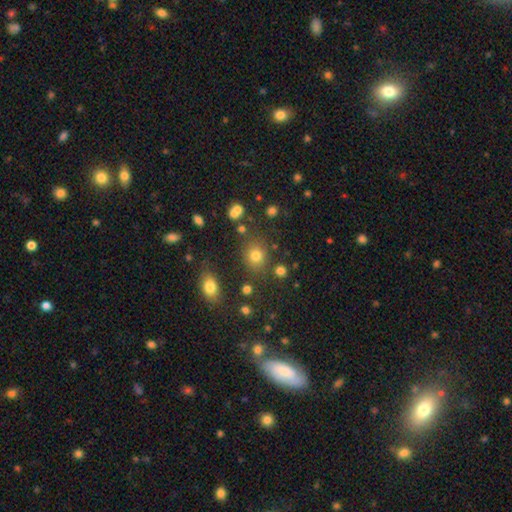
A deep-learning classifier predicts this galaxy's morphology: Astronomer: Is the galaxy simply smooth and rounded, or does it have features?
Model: smooth — 73%.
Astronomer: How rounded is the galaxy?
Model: round — 70%.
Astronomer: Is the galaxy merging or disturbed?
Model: none — 79%.